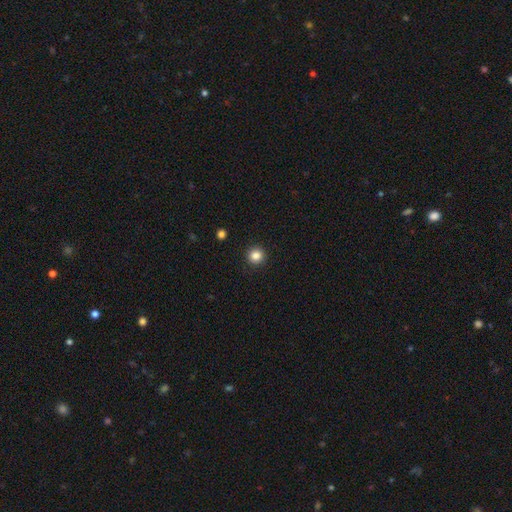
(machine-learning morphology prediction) Smooth or featured? smooth (85%)
How rounded? round (95%)
Merging? none (93%)